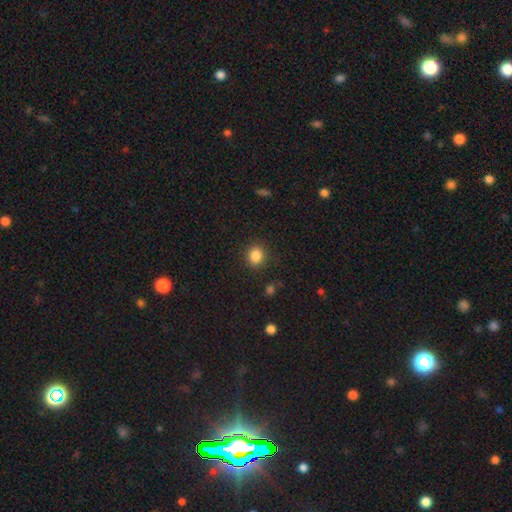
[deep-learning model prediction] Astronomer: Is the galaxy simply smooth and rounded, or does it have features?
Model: smooth — 85%.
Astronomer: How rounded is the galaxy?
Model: round — 78%.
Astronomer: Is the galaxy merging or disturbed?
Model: none — 89%.